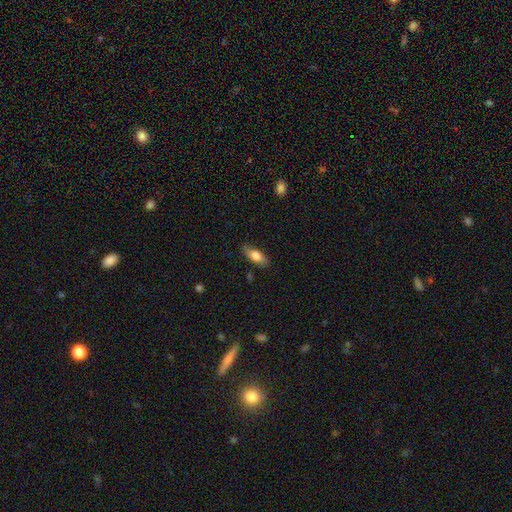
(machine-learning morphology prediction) Smooth or featured: smooth — 73% (featured or disk — 20%)
How rounded: in between — 73% (cigar-shaped — 24%)
Merging: none — 81% (minor disturbance — 14%)